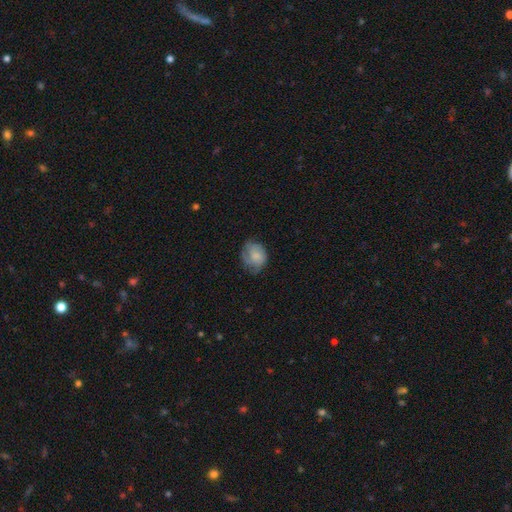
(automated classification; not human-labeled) Overall: smooth (57%; featured or disk 35%). How rounded: round (57%; in between 42%). Merging: none (57%; minor disturbance 29%).